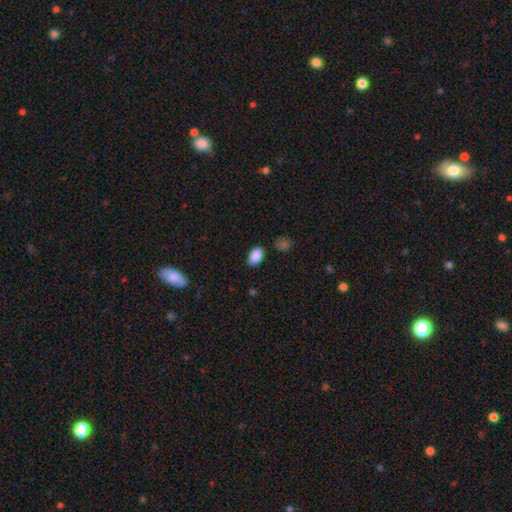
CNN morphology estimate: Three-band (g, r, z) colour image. It shows a smooth galaxy with no disk features (89%) that is in between round and cigar-shaped (91%). Merging: none (82%).